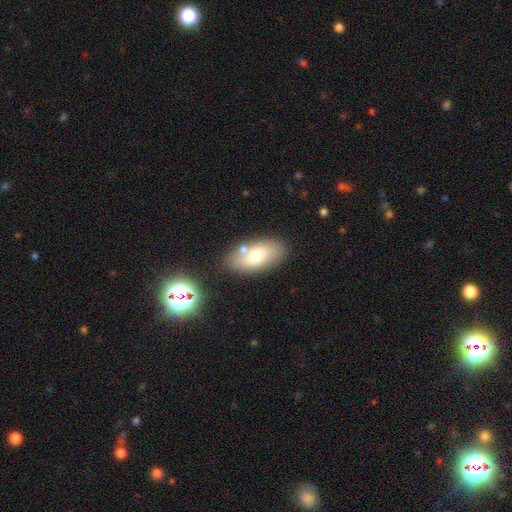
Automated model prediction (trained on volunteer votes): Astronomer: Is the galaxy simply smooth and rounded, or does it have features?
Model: smooth — 67%.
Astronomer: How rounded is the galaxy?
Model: in between — 90%.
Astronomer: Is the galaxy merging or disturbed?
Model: none — 73%.